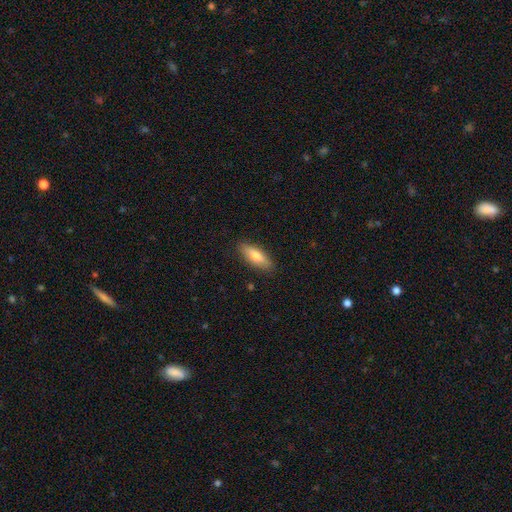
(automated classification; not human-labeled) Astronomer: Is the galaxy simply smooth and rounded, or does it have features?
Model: smooth — 75%.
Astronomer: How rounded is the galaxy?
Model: in between — 60% (runner-up: cigar-shaped, 38%).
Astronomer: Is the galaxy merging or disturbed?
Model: none — 87%.